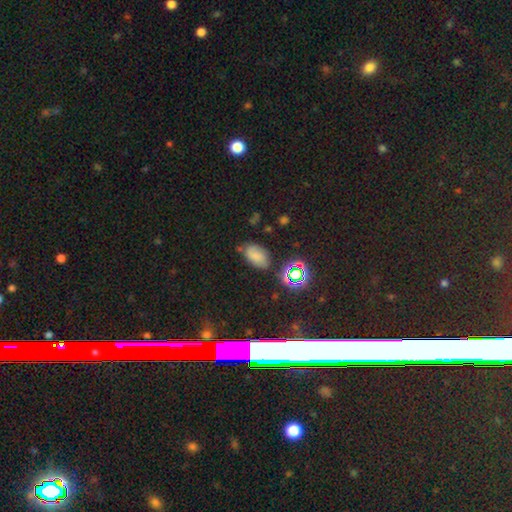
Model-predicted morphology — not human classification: Overall: smooth (66%). How rounded: in between (89%). Merging: none (69%).